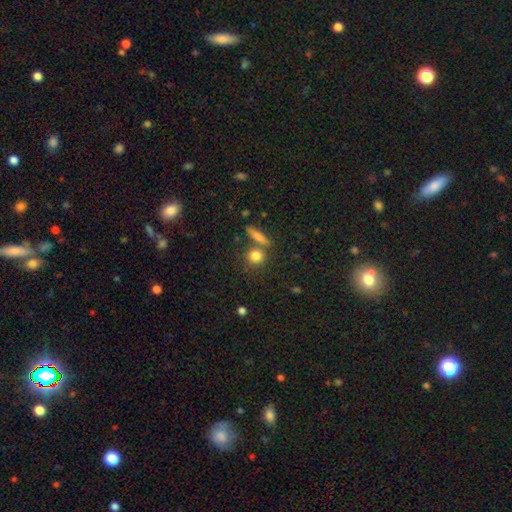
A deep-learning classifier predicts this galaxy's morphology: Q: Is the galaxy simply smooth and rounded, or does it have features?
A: smooth — 81%.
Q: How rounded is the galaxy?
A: round — 77%.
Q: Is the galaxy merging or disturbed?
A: none — 67%.